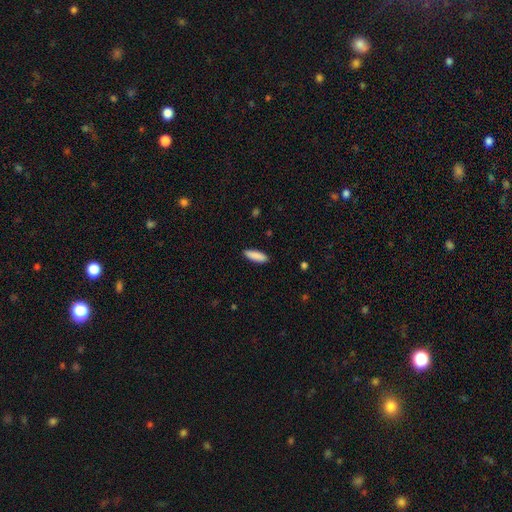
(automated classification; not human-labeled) Smooth or featured?
  - smooth: 90% *
  - star or artifact: 6%
  - featured or disk: 5%
How rounded?
  - cigar-shaped: 51% *
  - in between: 47%
  - round: 2%
Merging?
  - none: 90% *
  - minor disturbance: 7%
  - major disturbance: 2%
  - merger: 1%